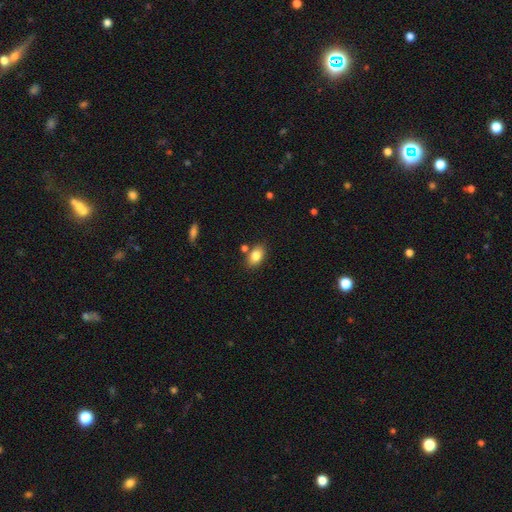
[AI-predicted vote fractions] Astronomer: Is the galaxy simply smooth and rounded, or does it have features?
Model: smooth — 83%.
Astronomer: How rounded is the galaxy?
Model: in between — 86%.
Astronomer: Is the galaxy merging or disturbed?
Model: none — 77%.